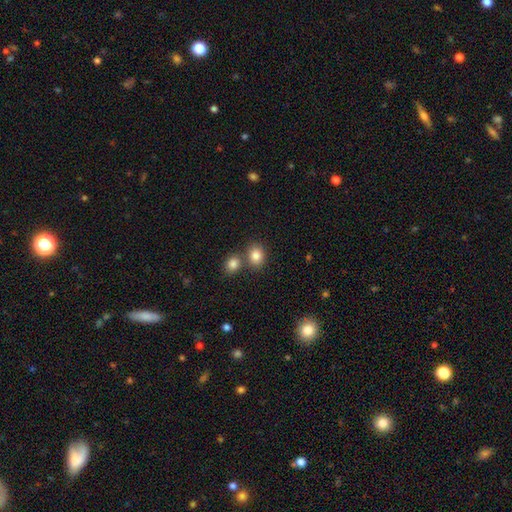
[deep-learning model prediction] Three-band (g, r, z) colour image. It shows a smooth galaxy with no disk features (83%) that is round (59%). Merging: none (60%).